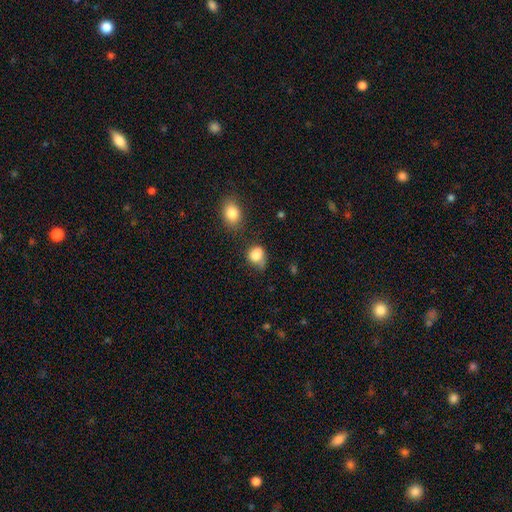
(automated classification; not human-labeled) smooth-or-featured: smooth: 81% | star or artifact: 10% | featured or disk: 9%
  how-rounded: round: 54% | in between: 45% | cigar-shaped: 1%
  merging: none: 39% | minor disturbance: 31% | major disturbance: 16% | merger: 14%